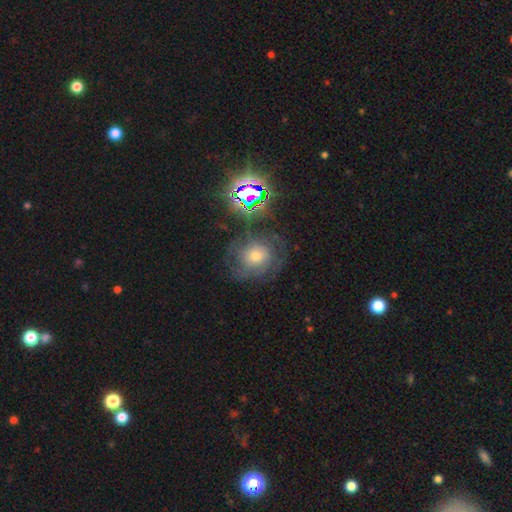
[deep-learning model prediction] smooth-or-featured: featured or disk: 53% | smooth: 24% | star or artifact: 23%
  disk-edge-on: no: 96% | yes: 4%
    bar: no: 80% | weak: 16% | strong: 4%
    has-spiral-arms: yes: 81% | no: 19%
    bulge-size: moderate: 46% | small: 41% | large: 8% | none: 2% | dominant: 2%
  merging: none: 67% | minor disturbance: 17% | major disturbance: 13% | merger: 3%